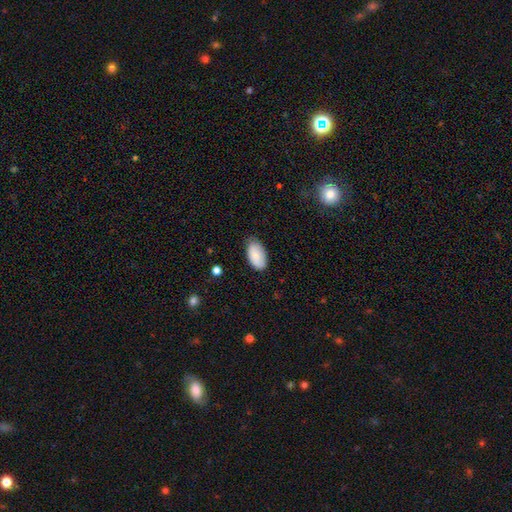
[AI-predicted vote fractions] smooth-or-featured: smooth: 85% | featured or disk: 9% | star or artifact: 6%
  how-rounded: in between: 96% | round: 3% | cigar-shaped: 2%
  merging: none: 73% | minor disturbance: 22% | major disturbance: 4% | merger: 1%